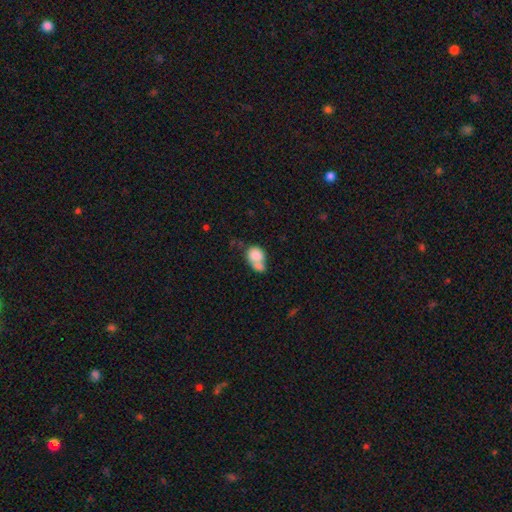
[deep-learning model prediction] Overall: smooth (77%). How rounded: in between (52%; round 46%). Merging: merger (64%).